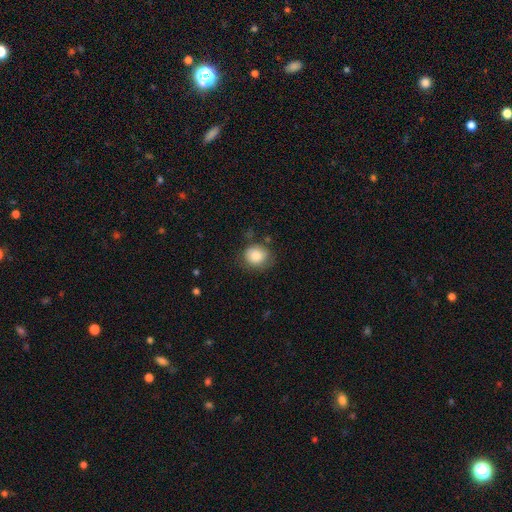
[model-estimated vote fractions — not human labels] Smooth or featured?
  - smooth: 83% *
  - star or artifact: 9%
  - featured or disk: 8%
How rounded?
  - round: 74% *
  - in between: 25%
  - cigar-shaped: 1%
Merging?
  - none: 69% *
  - minor disturbance: 22%
  - major disturbance: 6%
  - merger: 3%